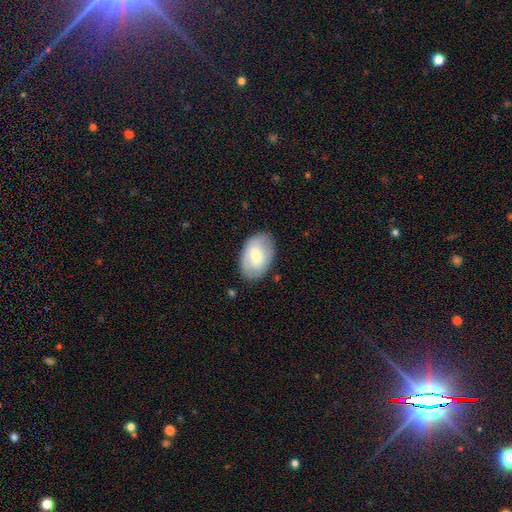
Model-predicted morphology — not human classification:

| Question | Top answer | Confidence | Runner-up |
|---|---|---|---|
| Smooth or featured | smooth | 60% | featured or disk (34%) |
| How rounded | in between | 89% | round (10%) |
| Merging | none | 79% | minor disturbance (16%) |